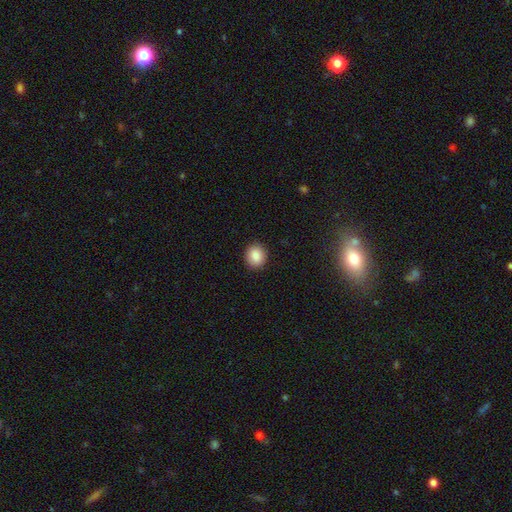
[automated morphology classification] Smooth or featured? Predicted: smooth (p=0.87). How rounded? Predicted: round (p=0.79). Merging? Predicted: none (p=0.91).